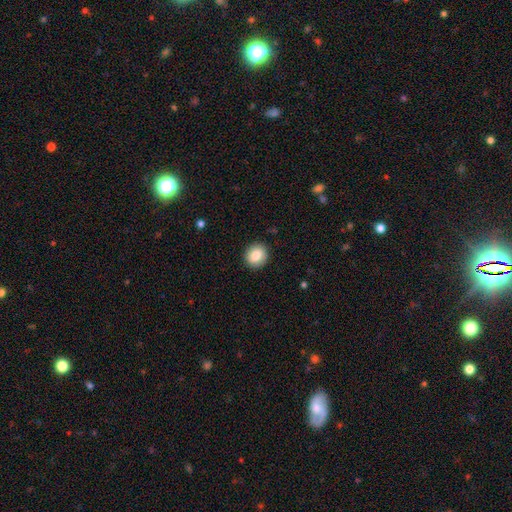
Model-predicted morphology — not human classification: The model was most divided on "how rounded": round: 86%, in between: 13%, cigar-shaped: 1%. More confident: merging — none (91%); smooth or featured — smooth (83%).